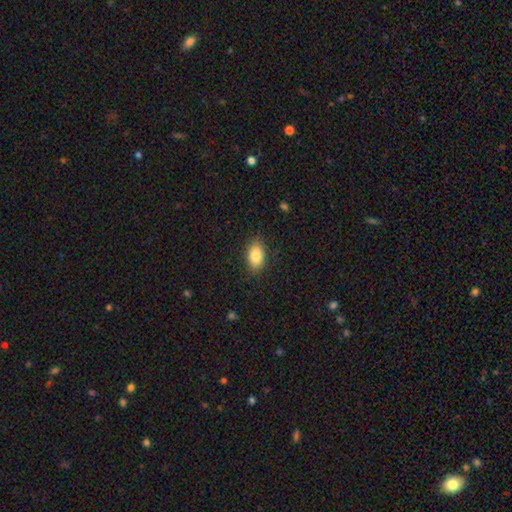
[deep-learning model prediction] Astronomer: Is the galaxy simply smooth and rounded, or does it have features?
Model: smooth — 84%.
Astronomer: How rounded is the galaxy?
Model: in between — 90%.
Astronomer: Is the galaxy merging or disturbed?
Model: none — 85%.